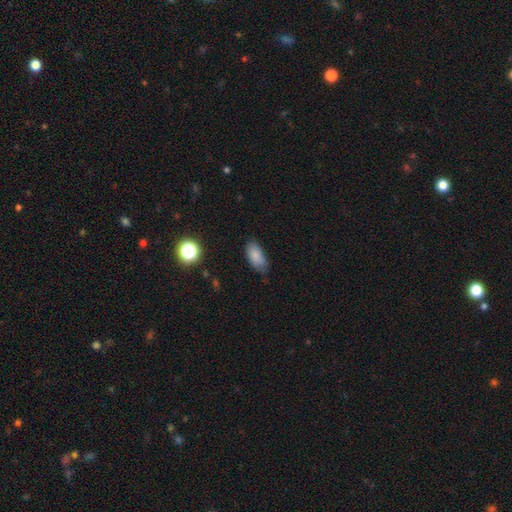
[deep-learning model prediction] Smooth or featured?
  - smooth: 84% *
  - star or artifact: 9%
  - featured or disk: 7%
How rounded?
  - in between: 90% *
  - cigar-shaped: 7%
  - round: 3%
Merging?
  - none: 73% *
  - minor disturbance: 21%
  - major disturbance: 4%
  - merger: 1%